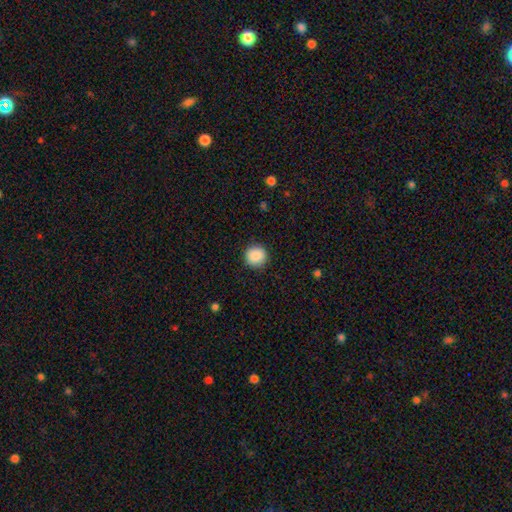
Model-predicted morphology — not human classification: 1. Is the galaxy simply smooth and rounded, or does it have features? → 89% smooth, 8% star or artifact, 3% featured or disk.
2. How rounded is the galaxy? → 95% round, 4% in between, 1% cigar-shaped.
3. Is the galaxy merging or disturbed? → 91% none, 6% minor disturbance, 2% major disturbance, 1% merger.